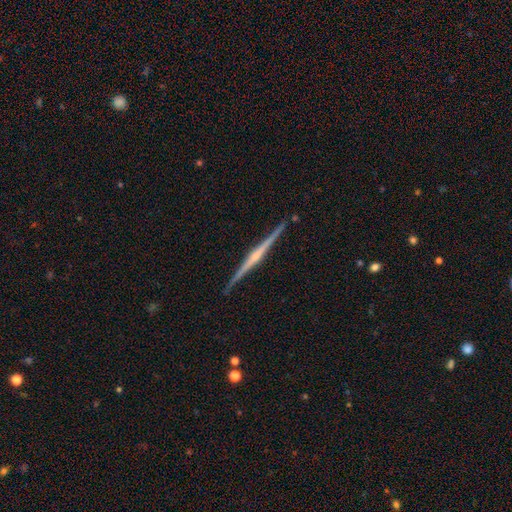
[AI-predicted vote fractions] smooth-or-featured: featured or disk: 84% | smooth: 11% | star or artifact: 5%
  disk-edge-on: yes: 99% | no: 1%
    edge-on-bulge: rounded: 69% | none: 20% | boxy: 11%
  merging: none: 91% | minor disturbance: 6% | major disturbance: 1% | merger: 1%